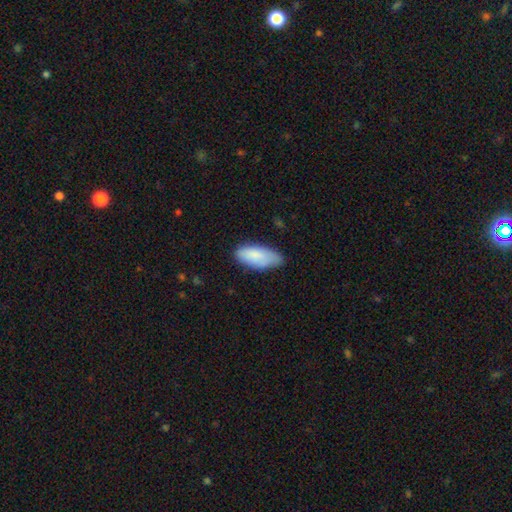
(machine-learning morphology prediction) Q: Smooth or featured?
A: smooth (85%); runner-up: featured or disk (9%)
Q: How rounded?
A: in between (87%); runner-up: cigar-shaped (11%)
Q: Merging?
A: none (65%); runner-up: minor disturbance (30%)